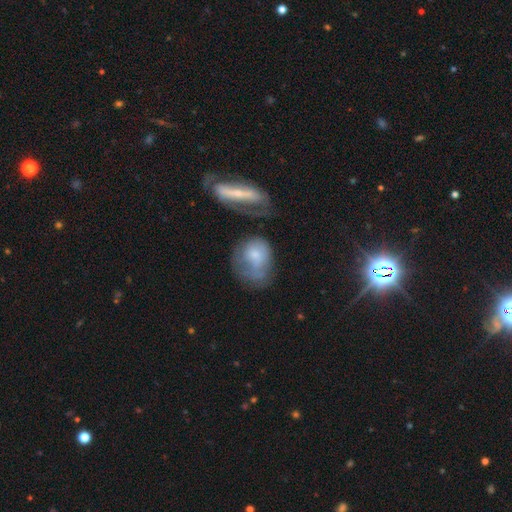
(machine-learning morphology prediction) The model was most divided on "merging": none: 32%, major disturbance: 28%, minor disturbance: 25%, merger: 15%. More confident: how rounded — in between (60%); smooth or featured — smooth (55%).